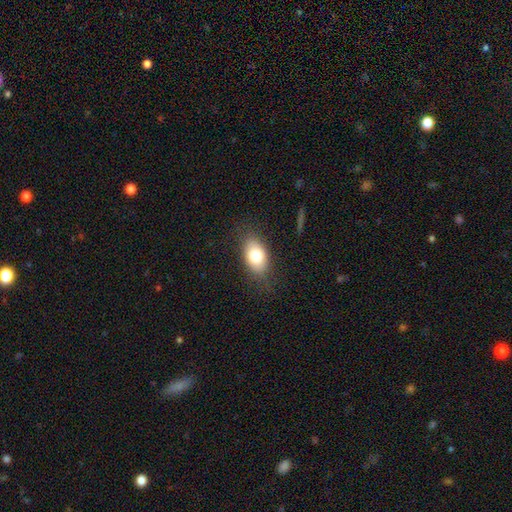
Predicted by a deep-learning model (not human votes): This is likely a smooth galaxy (78%). How rounded: clearly in between (89%). Merging: likely none (80%).